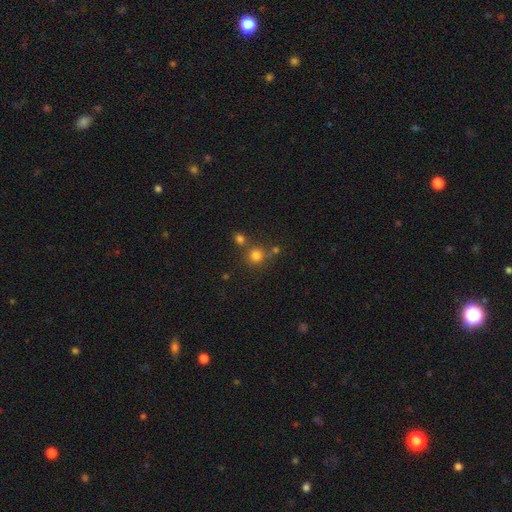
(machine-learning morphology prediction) smooth_or_featured: smooth (p=0.78) [alt: star or artifact p=0.16]
how_rounded: round (p=0.91) [alt: in between p=0.08]
merging: none (p=0.67) [alt: merger p=0.21]